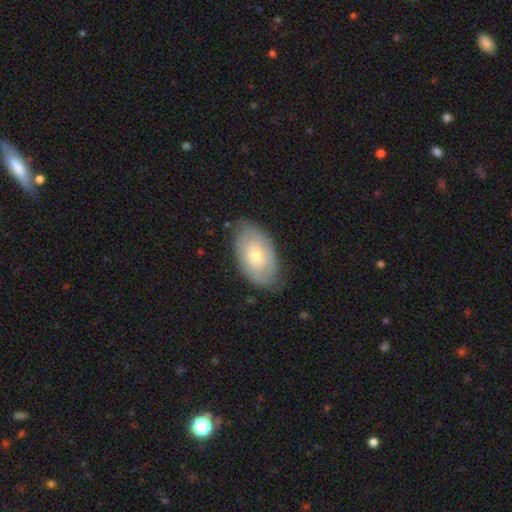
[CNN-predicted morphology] A featured or disk galaxy (49%). Merging: none (76%).